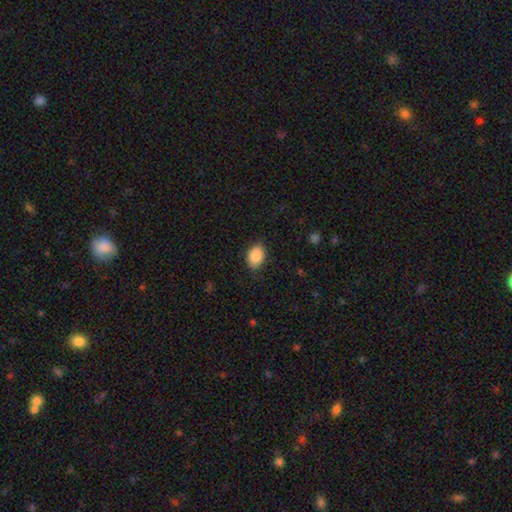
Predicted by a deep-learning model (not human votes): A smooth galaxy with no disk features (89%) that is in between round and cigar-shaped (86%). Merging: none (85%).